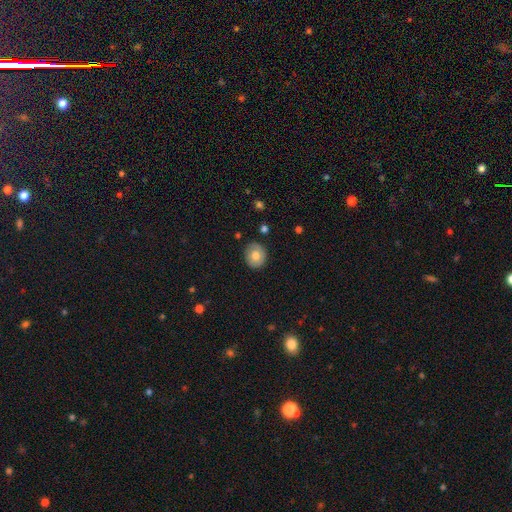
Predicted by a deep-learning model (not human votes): Morphology: type=smooth (72%); roundness=round (76%); merging=none (85%).